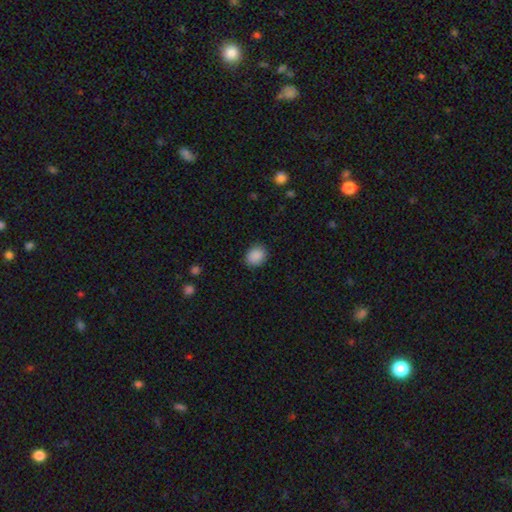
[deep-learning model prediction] Morphology: type=smooth (89%); roundness=round (54%); merging=none (86%).